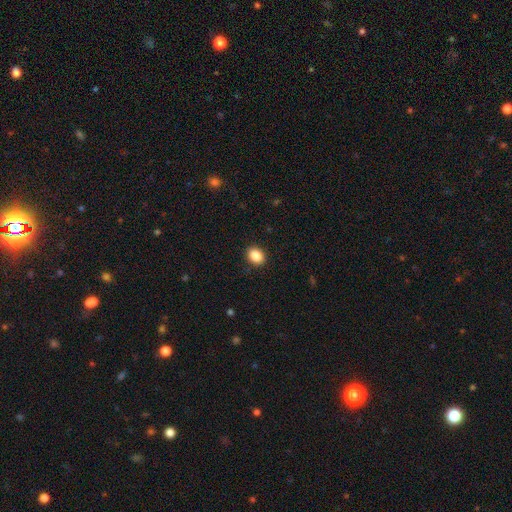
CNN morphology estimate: A smooth galaxy with no disk features (88%) that is in between round and cigar-shaped (62%). Merging: none (90%).